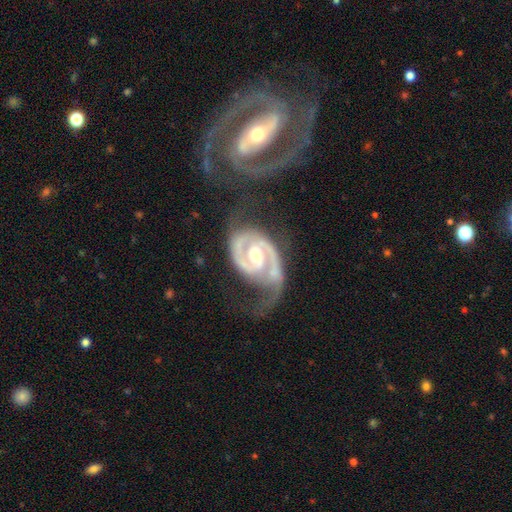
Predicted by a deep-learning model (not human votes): This appears to be a featured or disk galaxy (93%) with a weak bar (46%), 2 (89%) tight (46%) spiral arms (98%) and a moderate central bulge (64%). Merging: none (42%).